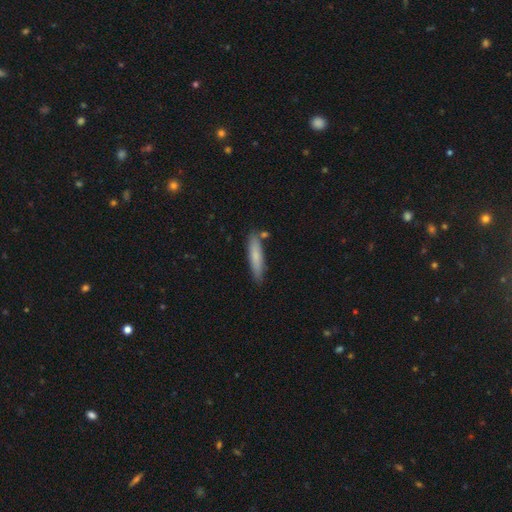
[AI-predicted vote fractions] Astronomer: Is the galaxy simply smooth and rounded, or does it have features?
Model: smooth — 75%.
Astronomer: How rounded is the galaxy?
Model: cigar-shaped — 85%.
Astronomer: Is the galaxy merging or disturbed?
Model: none — 81%.